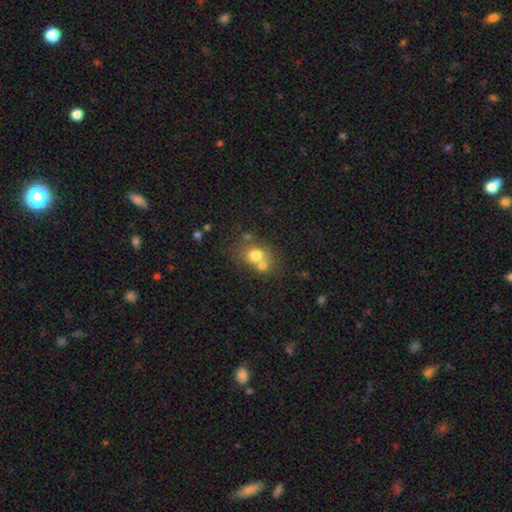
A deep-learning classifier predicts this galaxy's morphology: Overall: smooth (70%). How rounded: round (68%; in between 31%). Merging: merger (47%; none 39%).